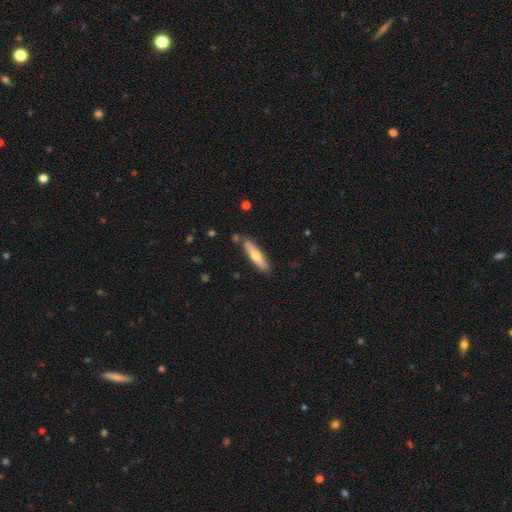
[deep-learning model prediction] This appears to be a smooth galaxy with no disk features (55%) that is cigar-shaped (79%). Merging: none (83%).